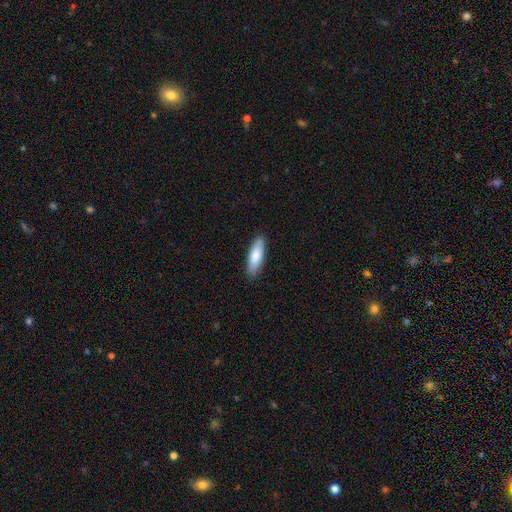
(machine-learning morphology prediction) Q: Smooth or featured?
A: smooth (80%); runner-up: featured or disk (14%)
Q: How rounded?
A: cigar-shaped (53%); runner-up: in between (46%)
Q: Merging?
A: none (88%); runner-up: minor disturbance (9%)